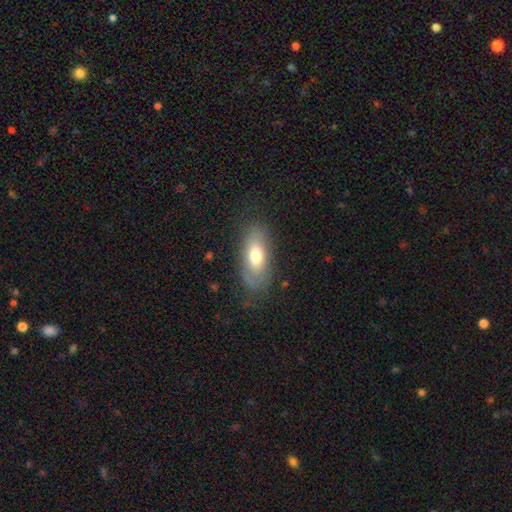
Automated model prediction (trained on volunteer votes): A smooth galaxy with no disk features (67%) that is in between round and cigar-shaped (83%). Merging: none (73%).